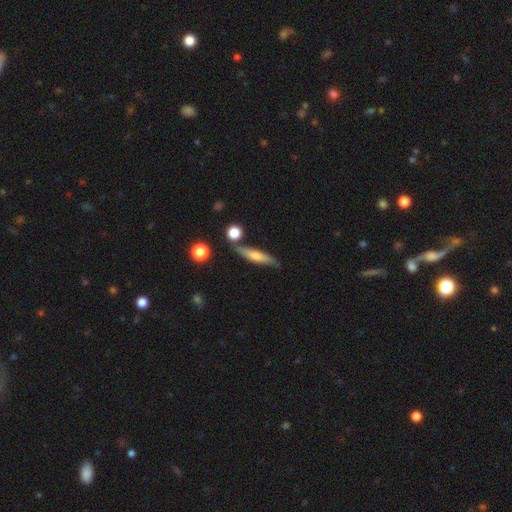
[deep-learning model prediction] Q: Smooth or featured?
A: smooth (57%); runner-up: featured or disk (36%)
Q: How rounded?
A: cigar-shaped (81%); runner-up: in between (16%)
Q: Merging?
A: none (77%); runner-up: minor disturbance (13%)